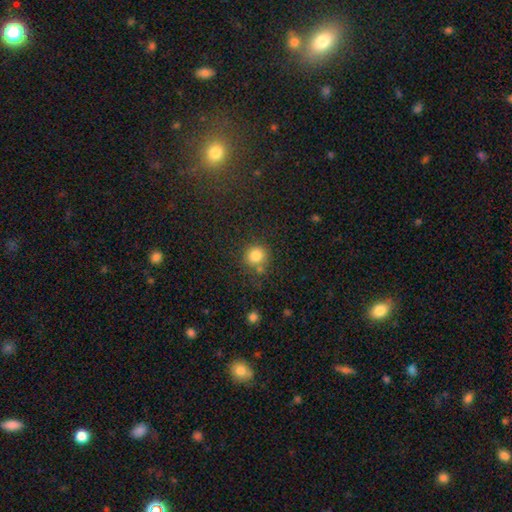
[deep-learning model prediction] Overall: smooth (83%). How rounded: round (89%). Merging: none (72%).